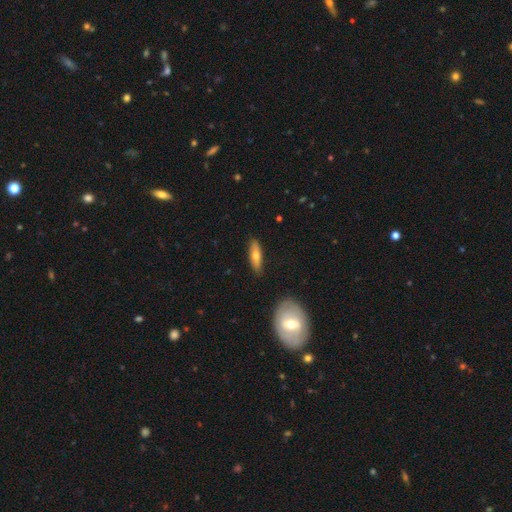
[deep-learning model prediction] Morphology: type=smooth (57%); roundness=cigar-shaped (65%); merging=none (87%).